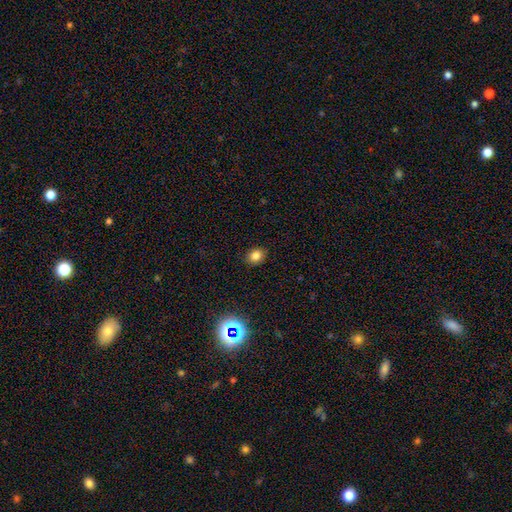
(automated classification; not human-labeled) A smooth galaxy with no disk features (80%) that is round (55%).

Vote fractions:
- Smooth or featured? smooth: 80% / star or artifact: 13% / featured or disk: 6%
- How rounded? round: 55% / in between: 44% / cigar-shaped: 1%
- Merging? none: 88% / minor disturbance: 9% / major disturbance: 2% / merger: 1%